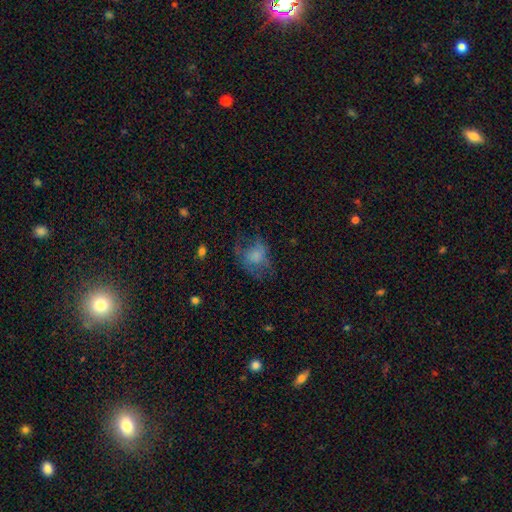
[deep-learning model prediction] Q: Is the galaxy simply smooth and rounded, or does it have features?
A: smooth — 55%.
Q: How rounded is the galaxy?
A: round — 50%.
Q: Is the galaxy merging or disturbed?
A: none — 43%.